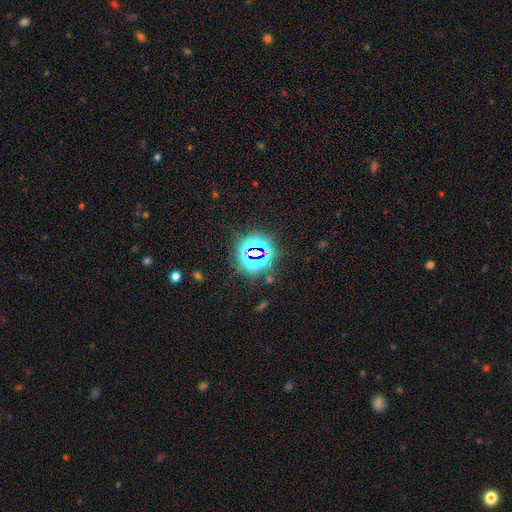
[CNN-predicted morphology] type=star or artifact (77%).